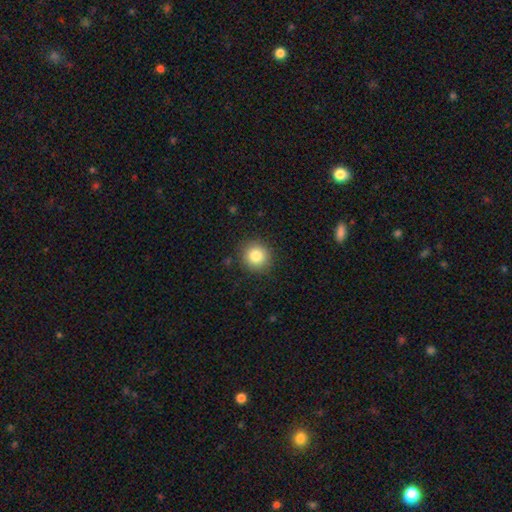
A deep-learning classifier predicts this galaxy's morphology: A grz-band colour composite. It shows a smooth galaxy with no disk features (83%) that is round (92%). Merging: none (89%).